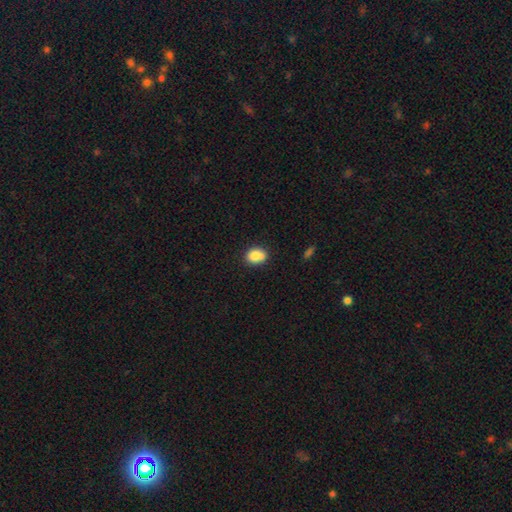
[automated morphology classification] smooth-or-featured: smooth: 82% | featured or disk: 9% | star or artifact: 9%
  how-rounded: in between: 54% | round: 45% | cigar-shaped: 1%
  merging: none: 58% | minor disturbance: 20% | merger: 16% | major disturbance: 5%